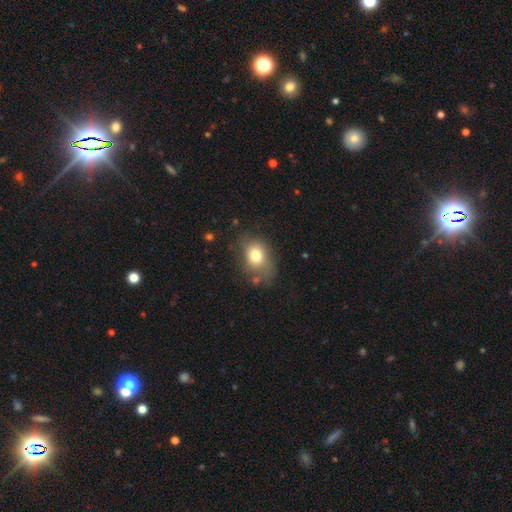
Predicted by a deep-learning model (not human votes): This appears to be a smooth galaxy with no disk features (76%) that is in between round and cigar-shaped (66%). Merging: none (57%).